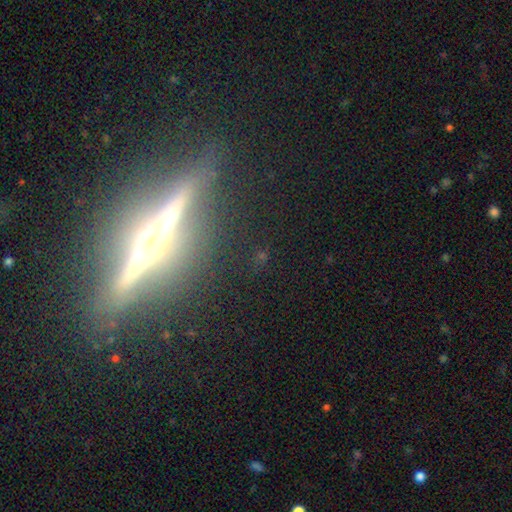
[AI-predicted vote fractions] Overall: featured or disk (81%). Edge-on disk: yes (96%). Edge-on bulge: rounded (70%). Merging: none (87%).